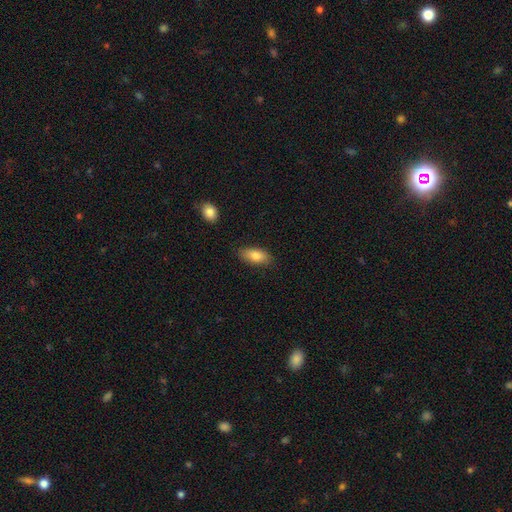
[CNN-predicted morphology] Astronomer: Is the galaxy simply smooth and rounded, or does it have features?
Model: smooth — 81%.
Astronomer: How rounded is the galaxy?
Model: in between — 86%.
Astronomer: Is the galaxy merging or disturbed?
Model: none — 84%.